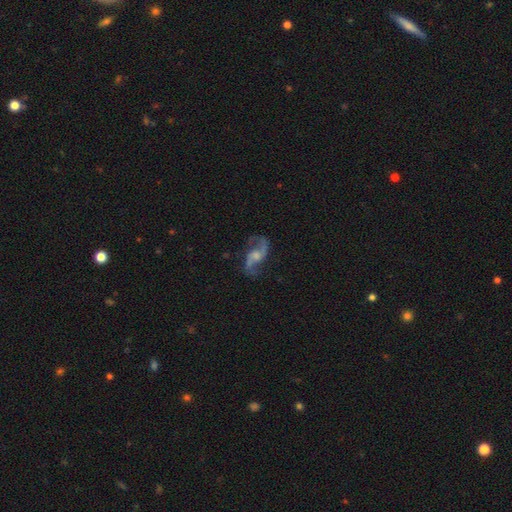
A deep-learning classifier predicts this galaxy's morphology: Overall: featured or disk (87%). Edge-on disk: no (97%). Bar: no (47%; weak 42%). Spiral arms: yes (96%). Spiral arm count: 2 (93%). Spiral winding: loose (68%). Bulge size: moderate (40%; small 35%). Merging: none (72%).